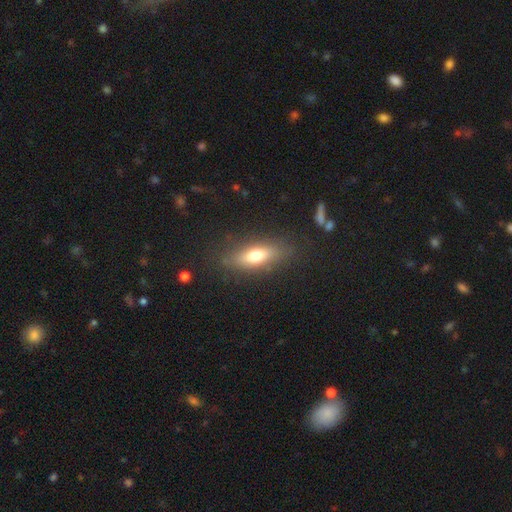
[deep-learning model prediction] Smooth or featured? Predicted: smooth (p=0.68). How rounded? Predicted: in between (p=0.64). Merging? Predicted: none (p=0.81).